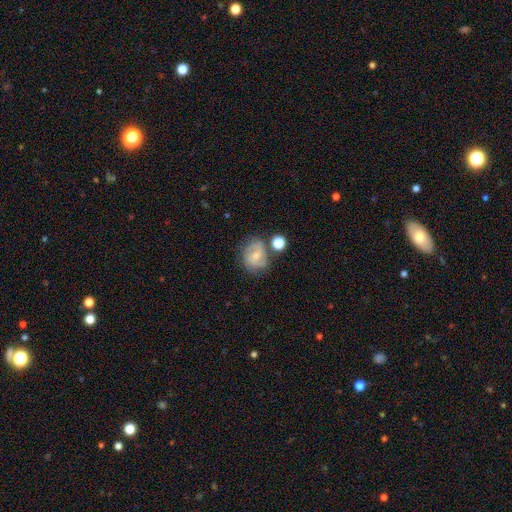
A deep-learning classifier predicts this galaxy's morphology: This appears to be a featured or disk galaxy (63%) with no bar (53%), 2 (60%) medium (46%) spiral arms (88%) and a small central bulge (55%). Merging: none (61%).